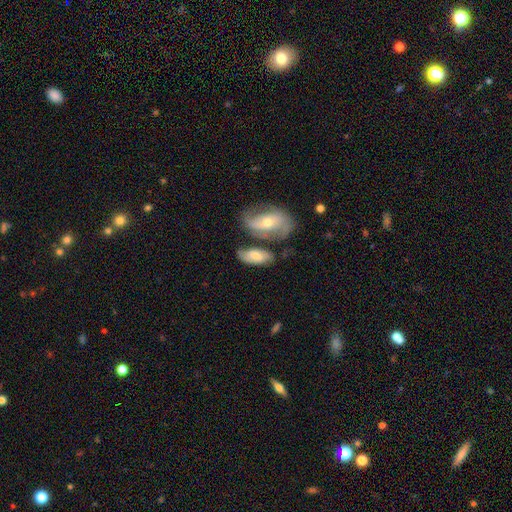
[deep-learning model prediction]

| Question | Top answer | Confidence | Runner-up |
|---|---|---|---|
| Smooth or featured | smooth | 56% | featured or disk (38%) |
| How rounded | in between | 87% | cigar-shaped (9%) |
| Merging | none | 50% | merger (27%) |